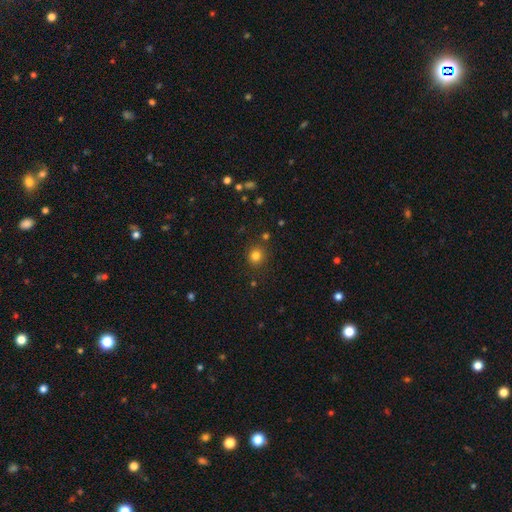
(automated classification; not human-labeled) The model was most divided on "smooth or featured": smooth: 80%, star or artifact: 14%, featured or disk: 5%. More confident: how rounded — round (87%); merging — none (86%).